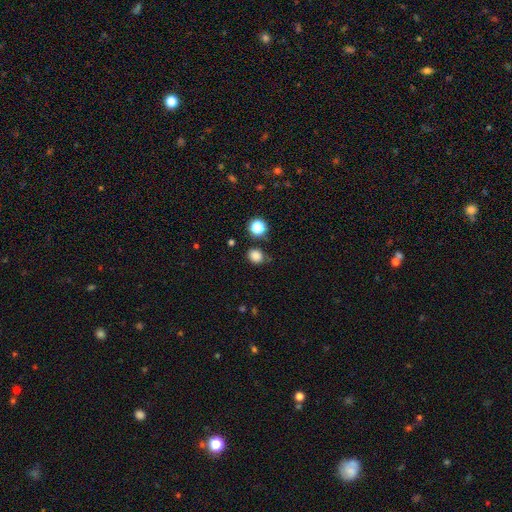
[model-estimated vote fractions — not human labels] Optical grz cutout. It shows a smooth galaxy with no disk features (82%) that is round (71%). Merging: none (78%).